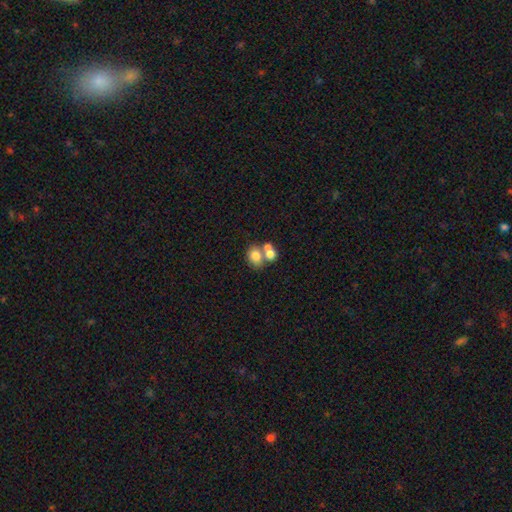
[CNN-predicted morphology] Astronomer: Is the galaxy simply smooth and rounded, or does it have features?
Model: smooth — 74%.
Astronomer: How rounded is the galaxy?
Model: round — 52% (runner-up: in between, 47%).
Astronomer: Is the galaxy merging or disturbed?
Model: merger — 55% (runner-up: none, 34%).